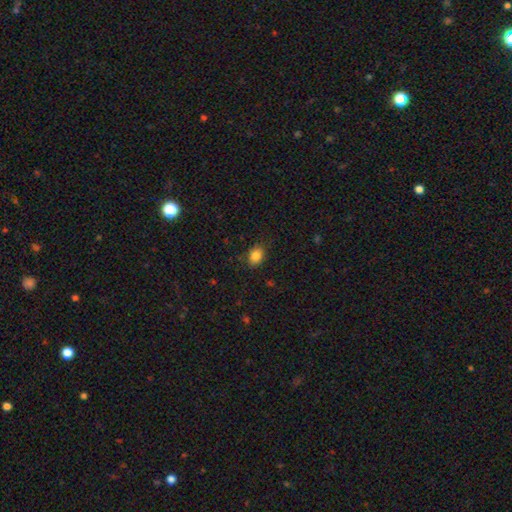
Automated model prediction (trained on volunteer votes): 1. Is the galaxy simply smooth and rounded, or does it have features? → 85% smooth, 10% star or artifact, 6% featured or disk.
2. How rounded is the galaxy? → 66% in between, 33% round, 1% cigar-shaped.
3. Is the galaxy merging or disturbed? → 82% none, 14% minor disturbance, 3% major disturbance, 1% merger.